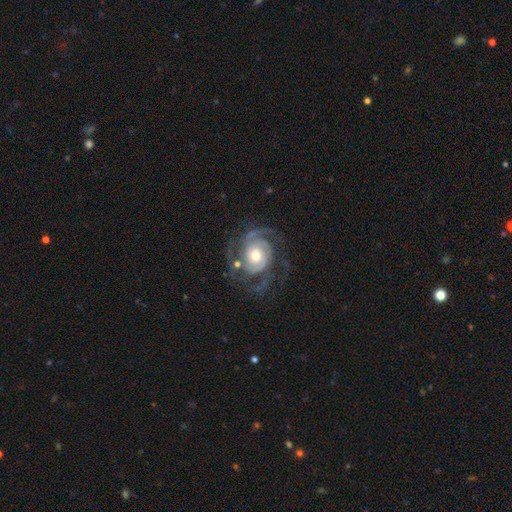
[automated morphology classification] Overall: featured or disk (90%). Edge-on disk: no (98%). Bar: no (74%). Spiral arms: yes (97%). Spiral arm count: 3 (34%; 2 31%). Spiral winding: tight (58%; medium 33%). Bulge size: moderate (65%). Merging: none (65%).